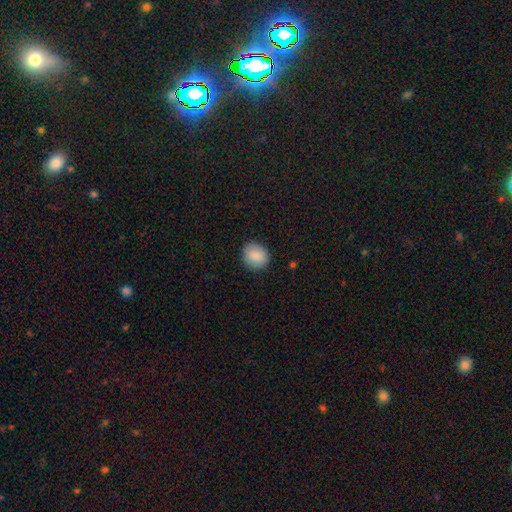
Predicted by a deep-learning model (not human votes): smooth 87%, star or artifact 7%, featured or disk 6%. Down the decision tree: how rounded — round (79%); merging — none (89%).